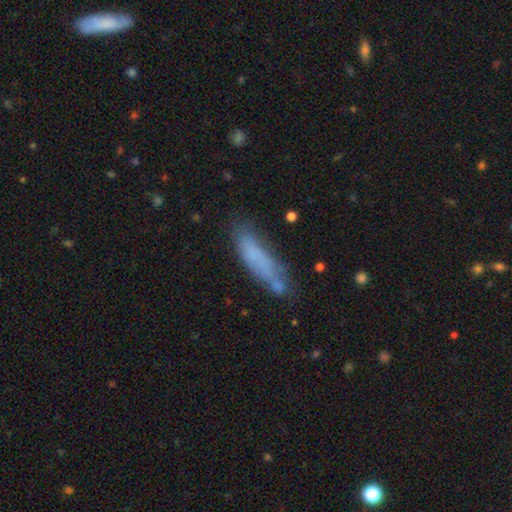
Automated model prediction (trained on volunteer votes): smooth_or_featured: smooth (p=0.68) [alt: featured or disk p=0.23]
how_rounded: cigar-shaped (p=0.69) [alt: in between p=0.30]
merging: none (p=0.58) [alt: minor disturbance p=0.25]